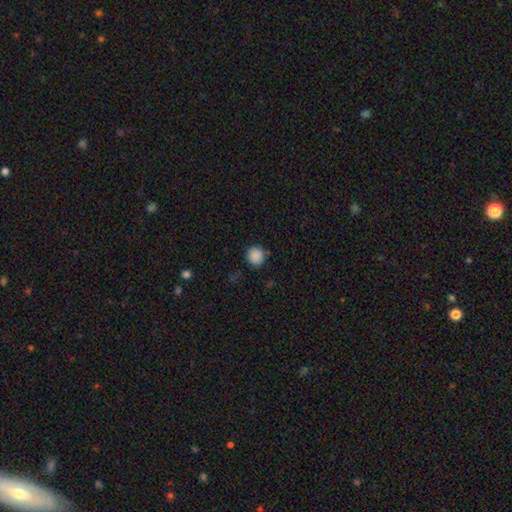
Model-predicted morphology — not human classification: smooth 87%, star or artifact 10%, featured or disk 3%. Down the decision tree: how rounded — round (93%); merging — none (86%).